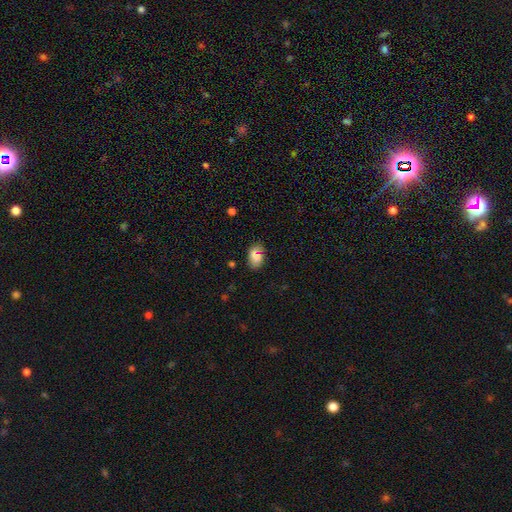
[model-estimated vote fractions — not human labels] smooth_or_featured: smooth (p=0.75) [alt: featured or disk p=0.14]
how_rounded: in between (p=0.87) [alt: round p=0.12]
merging: none (p=0.75) [alt: minor disturbance p=0.17]